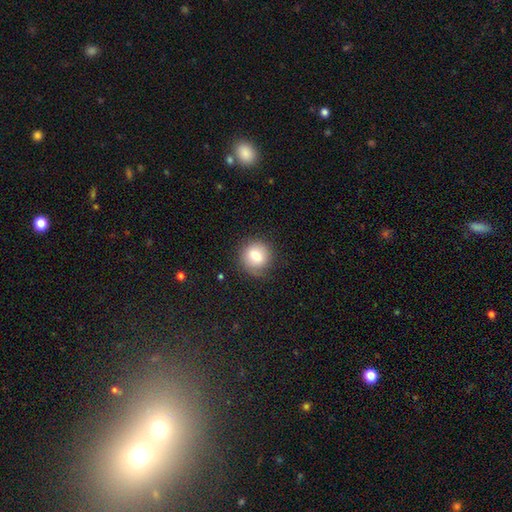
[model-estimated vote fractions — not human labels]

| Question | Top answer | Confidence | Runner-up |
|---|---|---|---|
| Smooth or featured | smooth | 77% | featured or disk (13%) |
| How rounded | round | 91% | in between (8%) |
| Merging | none | 81% | minor disturbance (14%) |